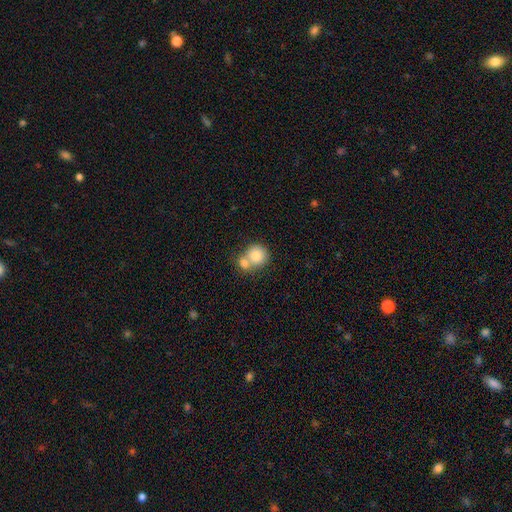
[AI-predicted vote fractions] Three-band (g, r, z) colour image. It shows a smooth galaxy with no disk features (82%) that is round (86%). Merging: merger (53%).